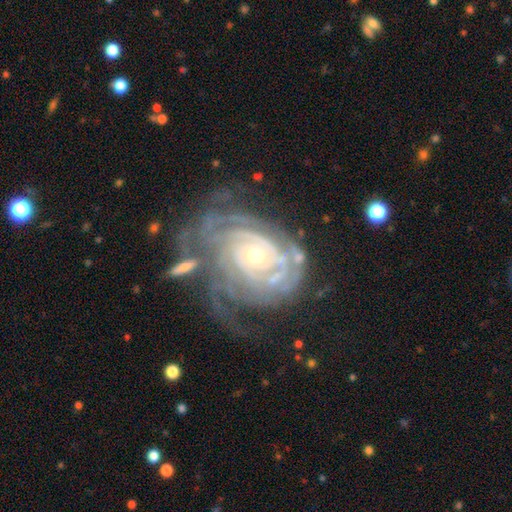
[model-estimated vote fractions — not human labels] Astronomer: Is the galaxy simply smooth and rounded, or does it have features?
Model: featured or disk — 91%.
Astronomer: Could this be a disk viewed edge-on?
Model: no — 97%.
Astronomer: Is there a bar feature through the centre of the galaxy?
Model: no — 76%.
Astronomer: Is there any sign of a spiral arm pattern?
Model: yes — 97%.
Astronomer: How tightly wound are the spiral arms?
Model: tight — 84%.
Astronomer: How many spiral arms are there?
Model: can't tell — 31% (runner-up: 4, 18%).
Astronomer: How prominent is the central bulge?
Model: small — 60% (runner-up: moderate, 36%).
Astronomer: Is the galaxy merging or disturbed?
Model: none — 51%.